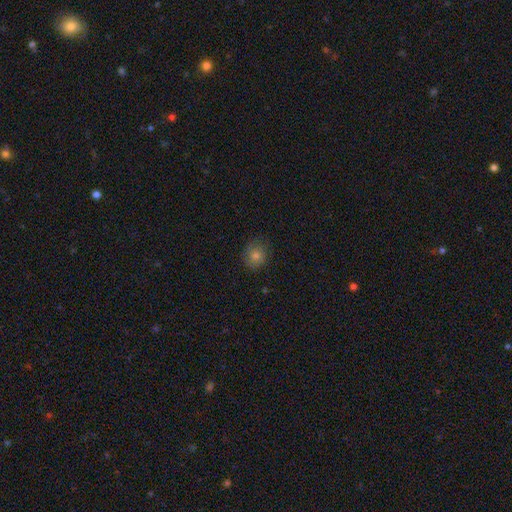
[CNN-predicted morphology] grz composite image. It shows a smooth galaxy with no disk features (75%) that is round (72%). Merging: none (83%).